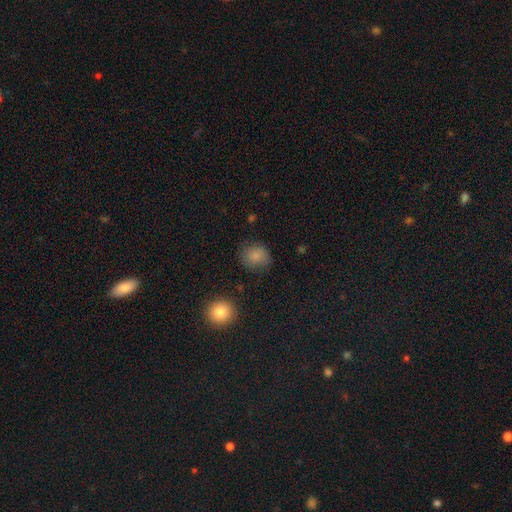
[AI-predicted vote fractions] Smooth or featured? smooth (83%)
How rounded? round (78%)
Merging? none (78%)